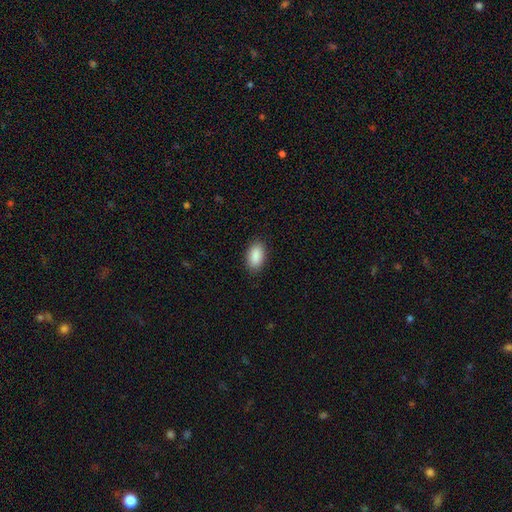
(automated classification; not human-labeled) Q: Smooth or featured?
A: smooth (90%); runner-up: star or artifact (7%)
Q: How rounded?
A: in between (94%); runner-up: round (4%)
Q: Merging?
A: none (89%); runner-up: minor disturbance (8%)